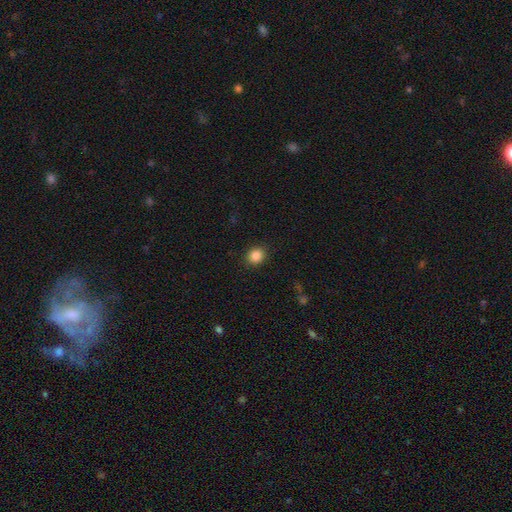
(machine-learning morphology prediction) smooth 86%, star or artifact 10%, featured or disk 4%. Down the decision tree: how rounded — round (71%); merging — none (90%).